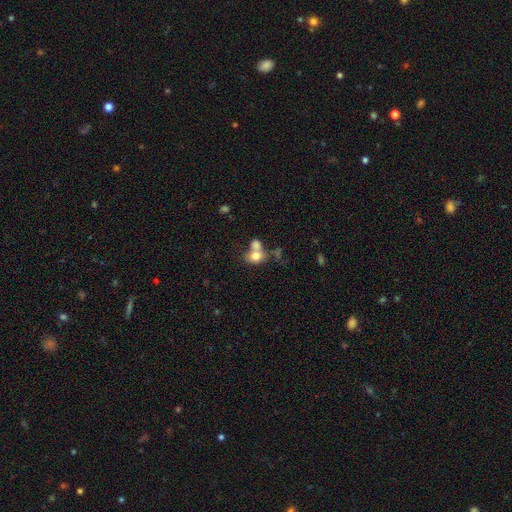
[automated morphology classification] Smooth or featured?
  - smooth: 76% *
  - featured or disk: 14%
  - star or artifact: 10%
How rounded?
  - in between: 52% *
  - round: 47%
  - cigar-shaped: 1%
Merging?
  - merger: 55% *
  - none: 30%
  - minor disturbance: 10%
  - major disturbance: 6%